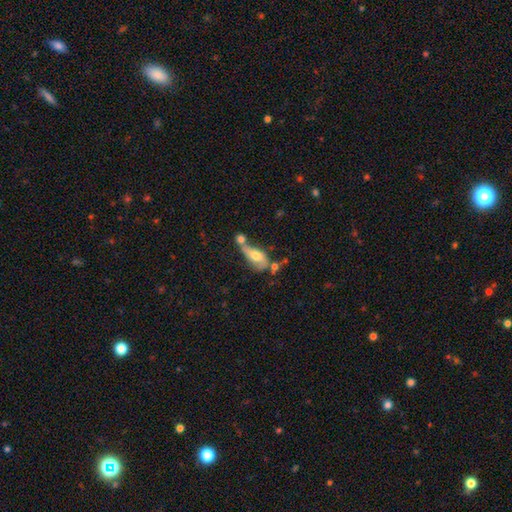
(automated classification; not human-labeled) The model was most divided on "smooth or featured": smooth: 55%, featured or disk: 36%, star or artifact: 9%. Remaining: how rounded — in between (79%); merging — merger (47%).